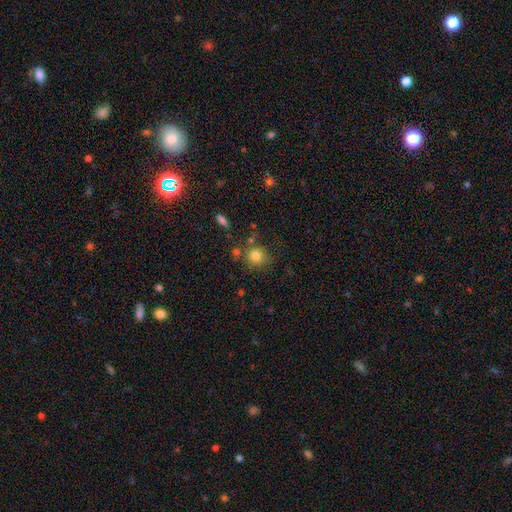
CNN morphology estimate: Smooth or featured? Predicted: smooth (p=0.81). How rounded? Predicted: round (p=0.88). Merging? Predicted: none (p=0.72).